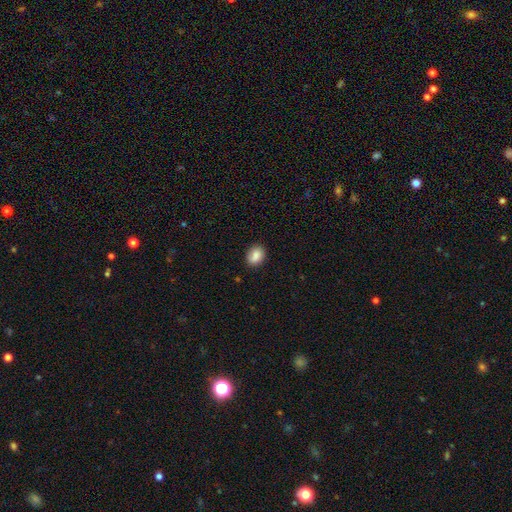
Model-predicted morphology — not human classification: This appears to be a smooth galaxy with no disk features (87%) that is in between round and cigar-shaped (56%). Merging: none (82%).